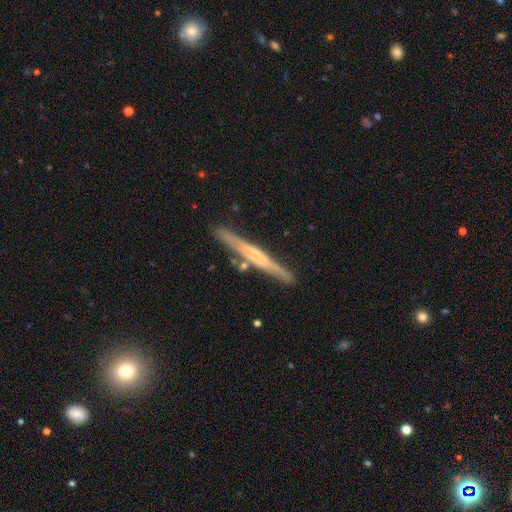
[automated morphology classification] Q: Smooth or featured?
A: featured or disk (61%); runner-up: smooth (33%)
Q: Edge-on disk?
A: yes (95%); runner-up: no (5%)
Q: Edge-on bulge?
A: none (61%); runner-up: rounded (22%)
Q: Merging?
A: none (83%); runner-up: minor disturbance (10%)